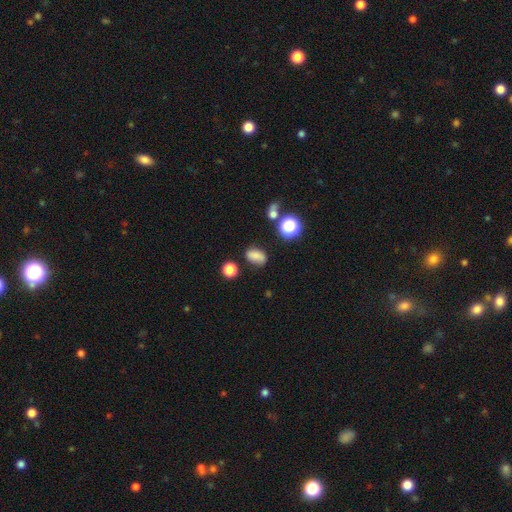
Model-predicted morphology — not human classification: Smooth or featured: smooth — 73% (star or artifact — 15%)
How rounded: in between — 79% (round — 18%)
Merging: none — 67% (minor disturbance — 22%)